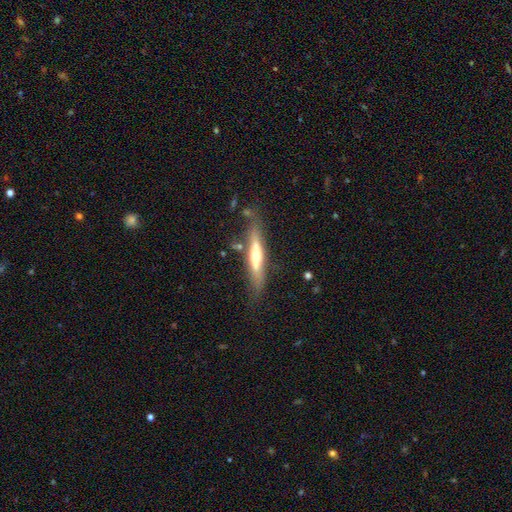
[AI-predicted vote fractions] Smooth or featured? featured or disk (57%)
Edge-on disk? yes (82%)
Merging? none (69%)